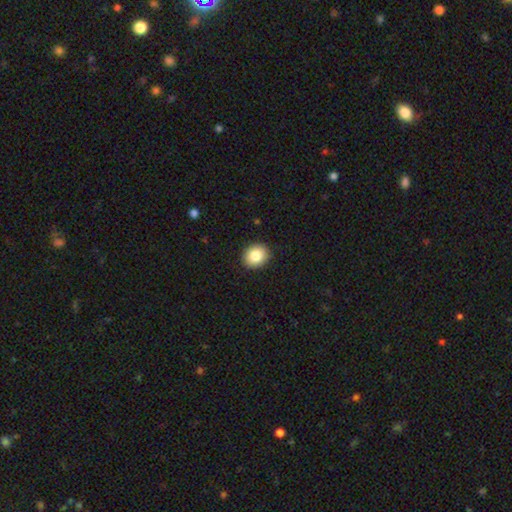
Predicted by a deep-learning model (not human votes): This appears to be a smooth galaxy with no disk features (84%) that is round (65%). Merging: none (90%).